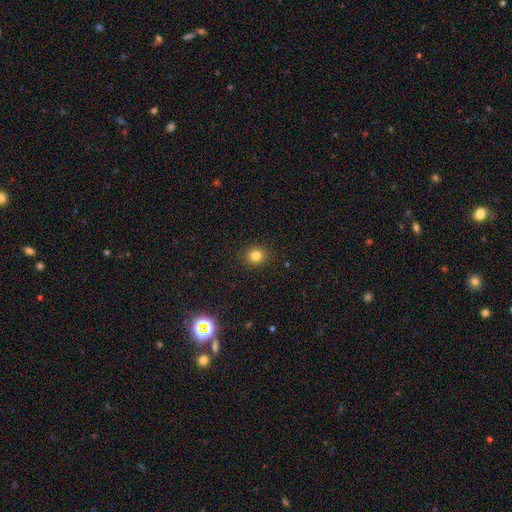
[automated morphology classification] smooth-or-featured: smooth: 81% | star or artifact: 13% | featured or disk: 6%
  how-rounded: round: 83% | in between: 16% | cigar-shaped: 1%
  merging: none: 91% | minor disturbance: 6% | major disturbance: 2% | merger: 1%